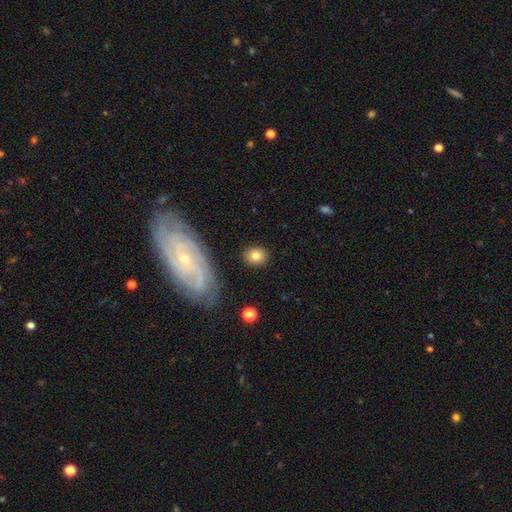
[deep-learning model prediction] A smooth galaxy with no disk features (79%) that is round (64%). Merging: none (87%).